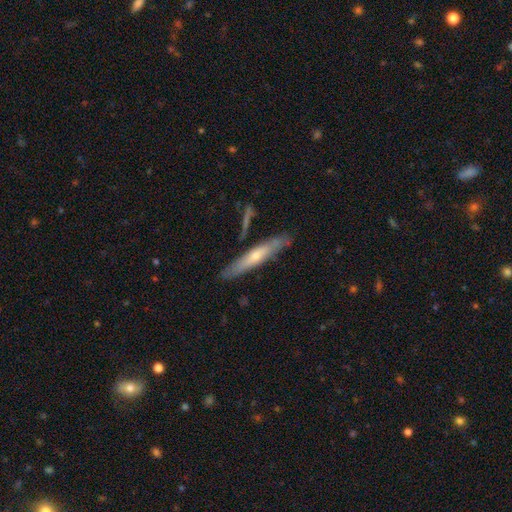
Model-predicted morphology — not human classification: type=featured or disk (52%); edge-on=yes (82%); merging=none (81%).